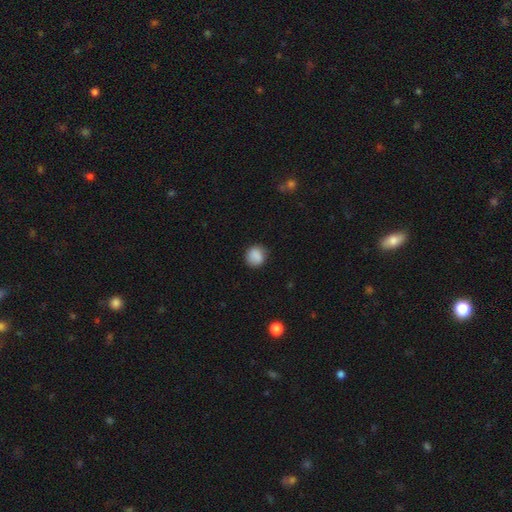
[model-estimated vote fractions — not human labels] This is clearly a smooth galaxy (87%). How rounded: clearly round (81%). Merging: clearly none (82%).